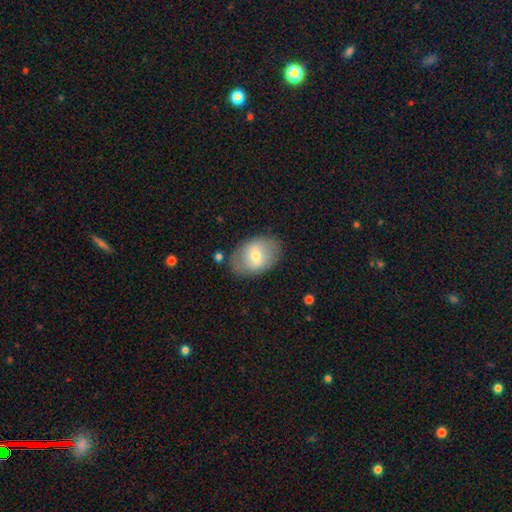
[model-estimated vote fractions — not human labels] Overall: smooth (63%; featured or disk 30%). How rounded: in between (81%). Merging: none (79%).